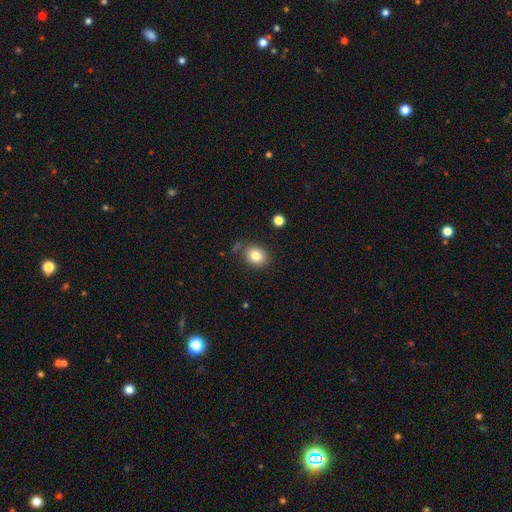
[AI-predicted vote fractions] Smooth or featured?
  - smooth: 82% *
  - star or artifact: 10%
  - featured or disk: 8%
How rounded?
  - round: 63% *
  - in between: 36%
  - cigar-shaped: 1%
Merging?
  - none: 80% *
  - minor disturbance: 12%
  - merger: 4%
  - major disturbance: 4%